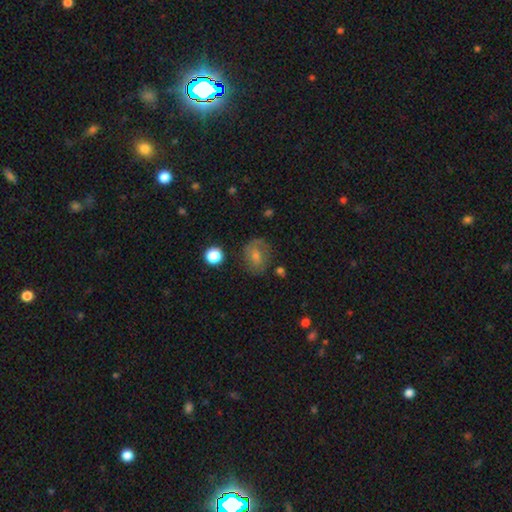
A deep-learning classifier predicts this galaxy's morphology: A featured or disk galaxy (41%).

Vote fractions:
- Smooth or featured? featured or disk: 41% / smooth: 40% / star or artifact: 18%
- Merging? none: 73% / minor disturbance: 17% / major disturbance: 7% / merger: 2%